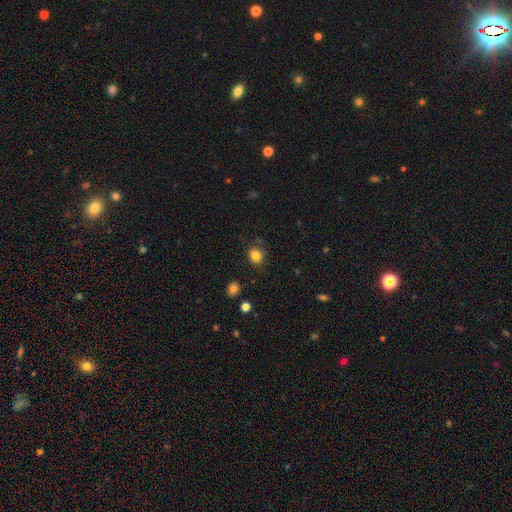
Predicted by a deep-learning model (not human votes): smooth 83%, star or artifact 12%, featured or disk 5%. Down the decision tree: how rounded — round (67%); merging — none (75%).